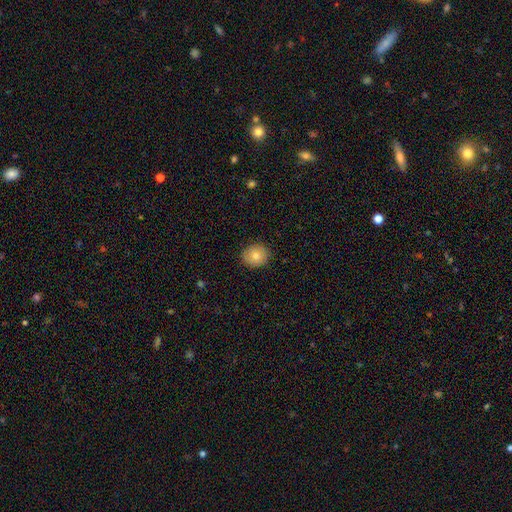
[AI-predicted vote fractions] The model was most divided on "how rounded": round: 69%, in between: 30%, cigar-shaped: 1%. More confident: merging — none (87%); smooth or featured — smooth (83%).